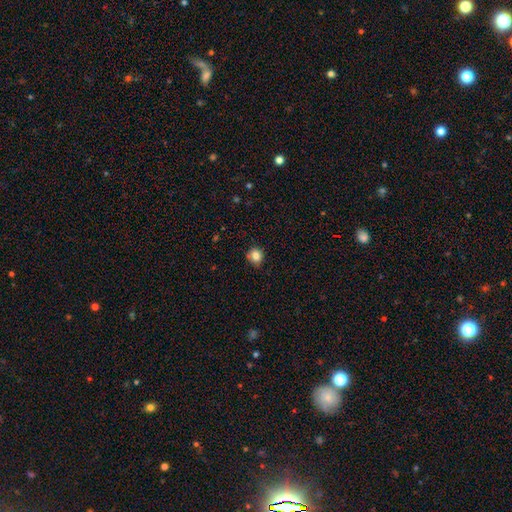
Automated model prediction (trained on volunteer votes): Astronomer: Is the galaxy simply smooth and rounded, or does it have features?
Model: smooth — 82%.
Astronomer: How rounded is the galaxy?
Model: round — 82%.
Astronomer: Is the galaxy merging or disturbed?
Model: none — 79%.